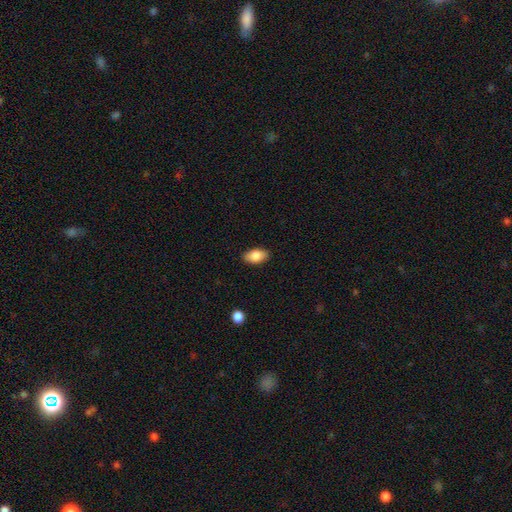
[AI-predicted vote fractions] A smooth galaxy with no disk features (86%) that is in between round and cigar-shaped (93%). Merging: none (88%).